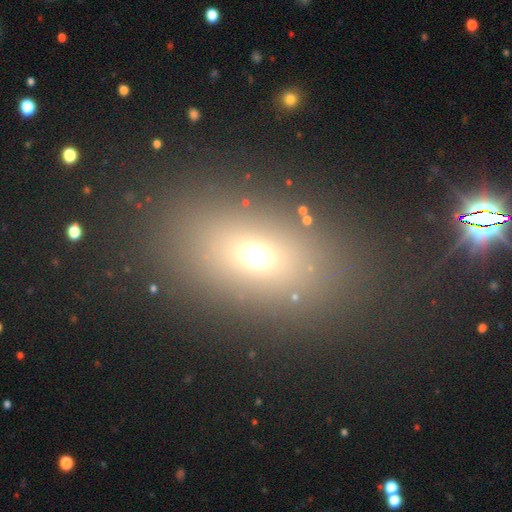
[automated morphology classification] type=smooth (64%); roundness=in between (75%); merging=none (81%).